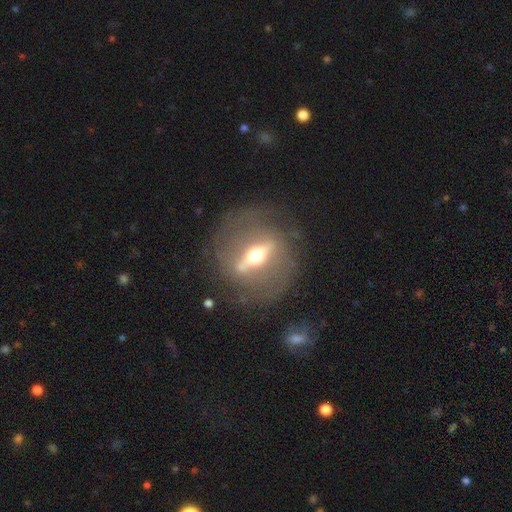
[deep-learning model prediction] A featured or disk galaxy (81%). Merging: none (75%).